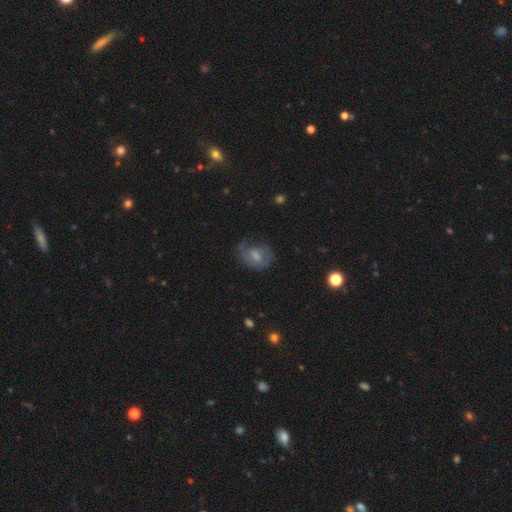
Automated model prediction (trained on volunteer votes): Morphology: type=featured or disk (51%); edge-on=no (96%); merging=none (47%).